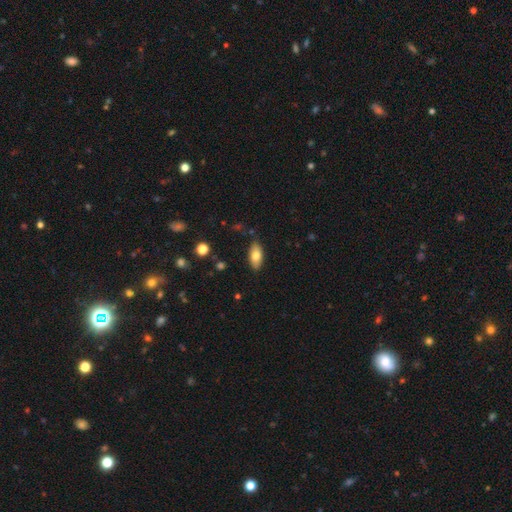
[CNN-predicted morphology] Q: Smooth or featured?
A: smooth (75%); runner-up: featured or disk (18%)
Q: How rounded?
A: in between (87%); runner-up: cigar-shaped (10%)
Q: Merging?
A: none (84%); runner-up: minor disturbance (12%)